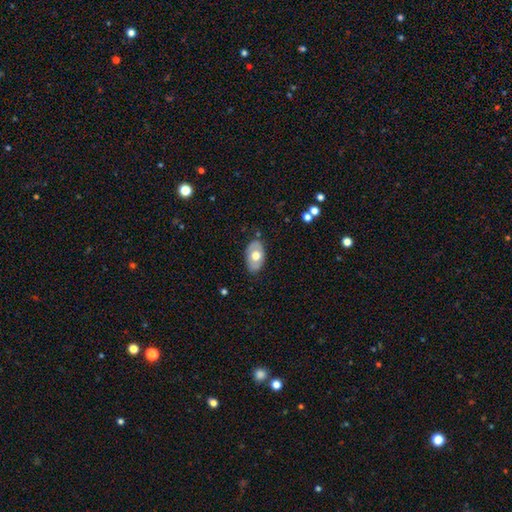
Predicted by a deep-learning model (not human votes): Q: Smooth or featured?
A: smooth (54%); runner-up: featured or disk (40%)
Q: How rounded?
A: in between (89%); runner-up: round (10%)
Q: Merging?
A: none (80%); runner-up: minor disturbance (15%)